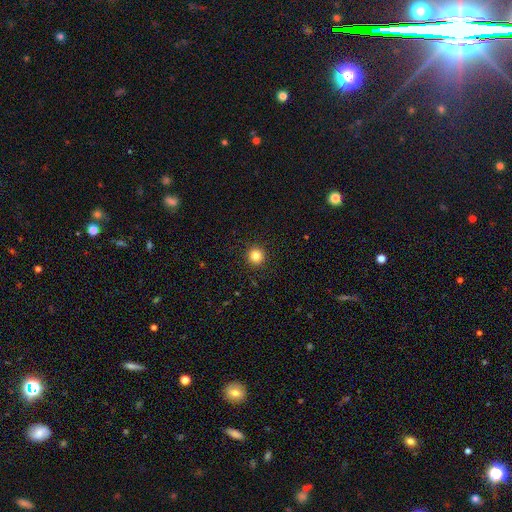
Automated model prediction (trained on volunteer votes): Q: Smooth or featured?
A: smooth (83%); runner-up: star or artifact (12%)
Q: How rounded?
A: round (95%); runner-up: in between (4%)
Q: Merging?
A: none (93%); runner-up: minor disturbance (5%)